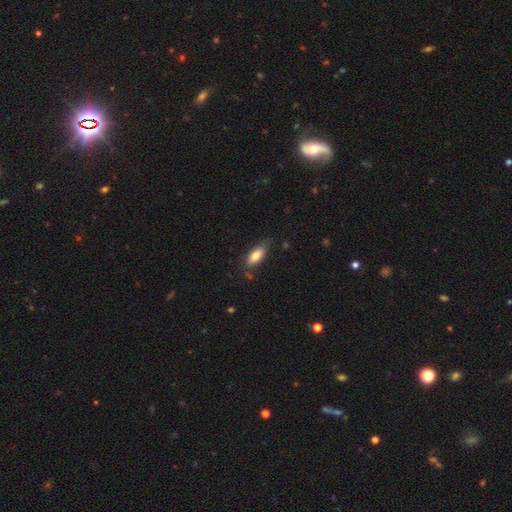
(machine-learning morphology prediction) type=smooth (77%); roundness=in between (72%); merging=none (71%).